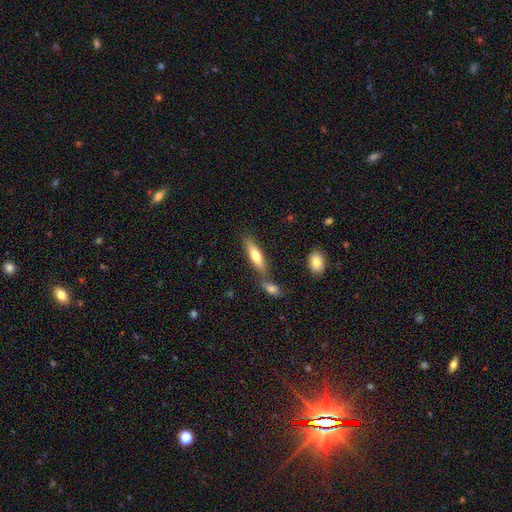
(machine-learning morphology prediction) A smooth galaxy with no disk features (68%) that is cigar-shaped (64%). Merging: none (65%).